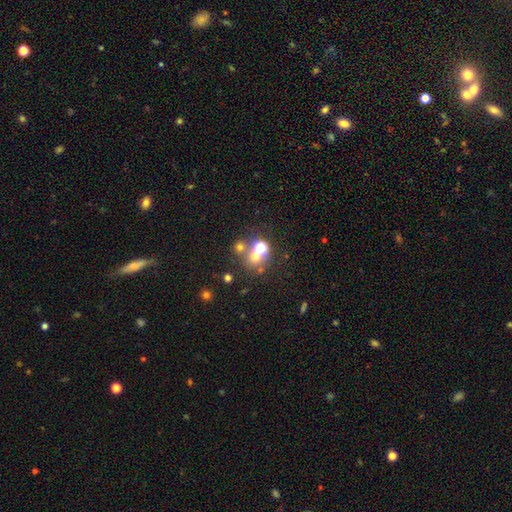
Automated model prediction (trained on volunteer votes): smooth 55%, star or artifact 26%, featured or disk 18%. Down the decision tree: how rounded — round (83%); merging — none (49%).